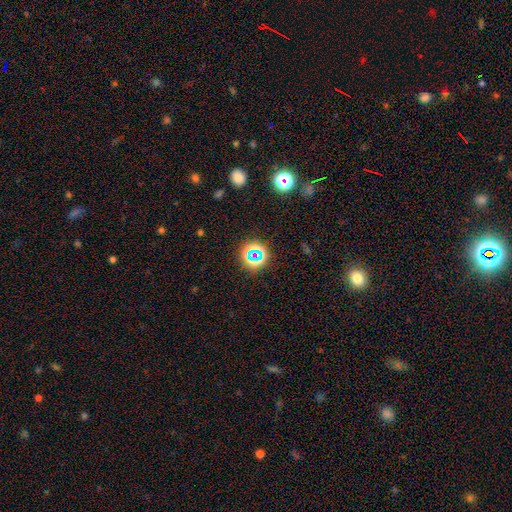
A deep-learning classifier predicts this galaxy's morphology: type=star or artifact (64%).